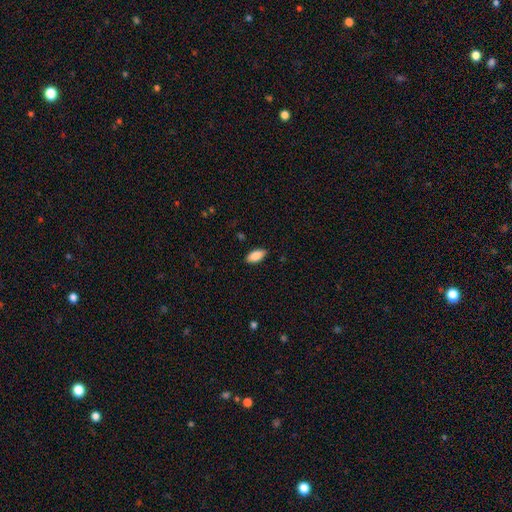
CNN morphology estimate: This appears to be a smooth galaxy with no disk features (87%) that is in between round and cigar-shaped (90%). Merging: none (87%).